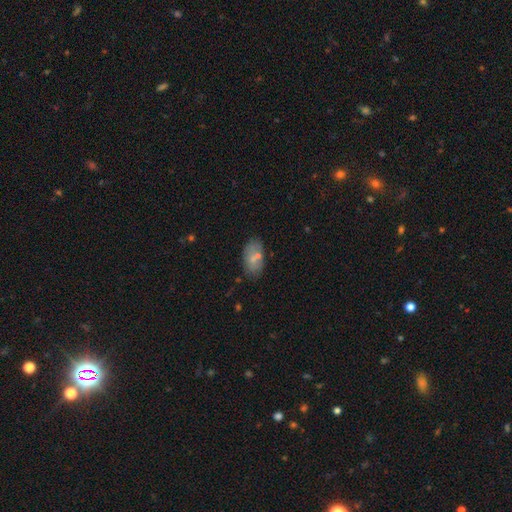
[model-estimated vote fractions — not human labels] Overall: smooth (65%). How rounded: in between (91%). Merging: none (71%).